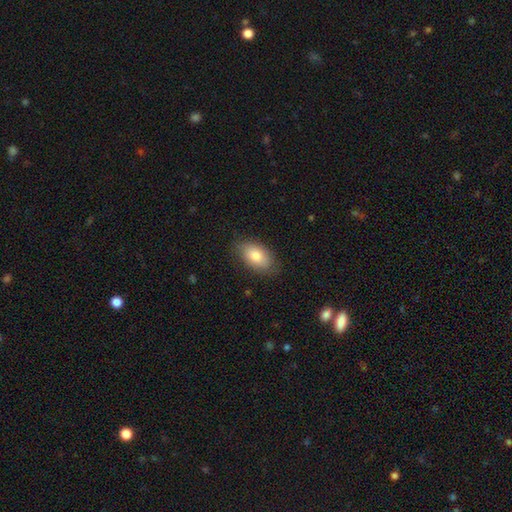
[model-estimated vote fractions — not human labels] Smooth or featured? Predicted: smooth (p=0.80). How rounded? Predicted: in between (p=0.92). Merging? Predicted: none (p=0.83).